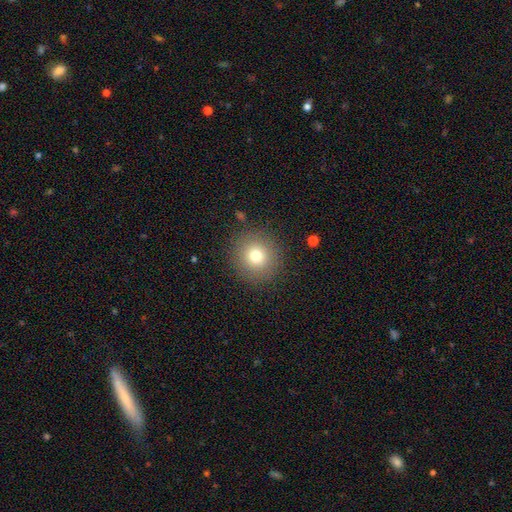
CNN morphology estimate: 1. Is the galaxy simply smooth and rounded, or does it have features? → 77% smooth, 12% star or artifact, 11% featured or disk.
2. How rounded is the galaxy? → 92% round, 7% in between, 1% cigar-shaped.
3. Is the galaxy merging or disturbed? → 88% none, 7% minor disturbance, 3% major disturbance, 1% merger.